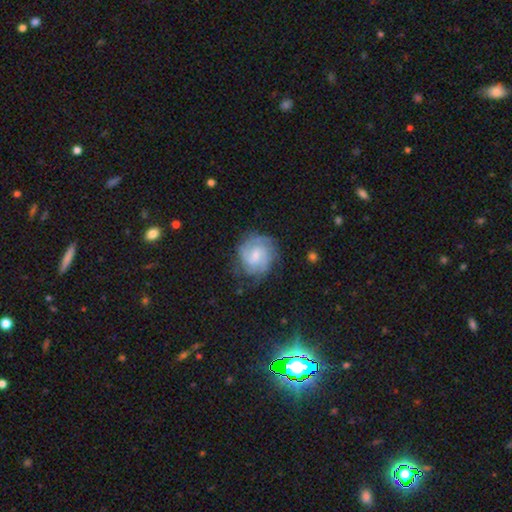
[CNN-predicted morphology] Smooth or featured: featured or disk — 83% (smooth — 12%)
Edge-on disk: no — 98% (yes — 2%)
Bar: weak — 48% (no — 45%)
Spiral arms: yes — 97% (no — 3%)
Spiral winding: tight — 58% (medium — 35%)
Spiral arm count: 2 — 47% (3 — 20%)
Bulge size: small — 61% (moderate — 29%)
Merging: none — 73% (minor disturbance — 18%)